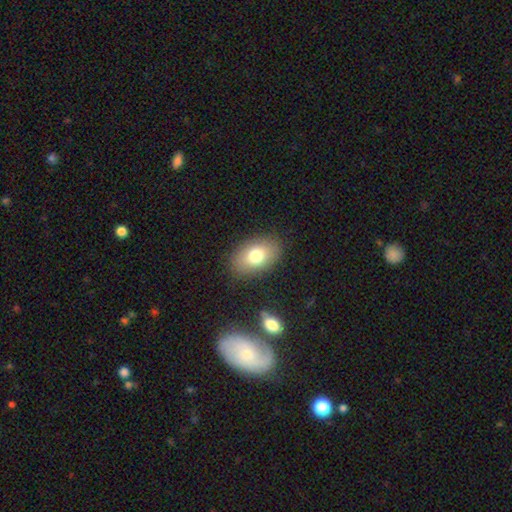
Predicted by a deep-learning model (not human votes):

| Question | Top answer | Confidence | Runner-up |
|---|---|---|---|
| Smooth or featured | smooth | 76% | featured or disk (15%) |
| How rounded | in between | 87% | round (12%) |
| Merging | none | 85% | minor disturbance (10%) |